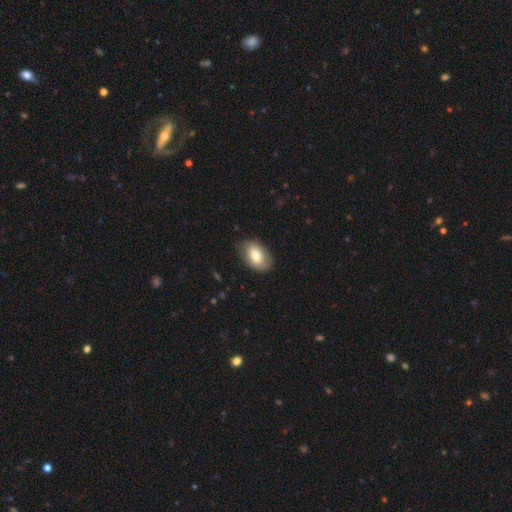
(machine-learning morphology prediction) Smooth or featured? Predicted: smooth (p=0.73). How rounded? Predicted: in between (p=0.89). Merging? Predicted: none (p=0.79).